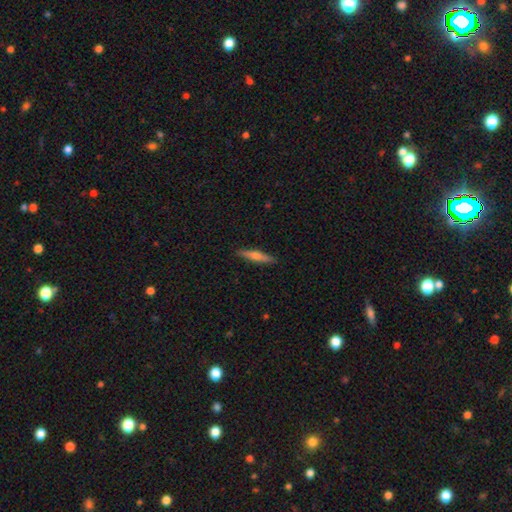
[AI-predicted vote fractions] Overall: featured or disk (53%; smooth 41%). Edge-on disk: yes (95%). Edge-on bulge: rounded (86%). Merging: none (90%).